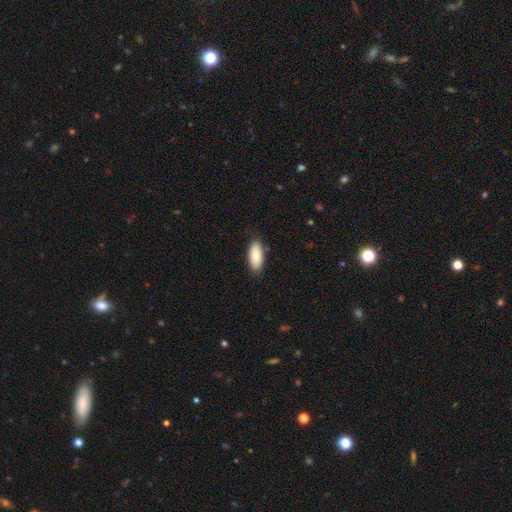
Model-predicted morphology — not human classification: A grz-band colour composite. It shows a smooth galaxy with no disk features (85%) that is in between round and cigar-shaped (81%). Merging: none (86%).